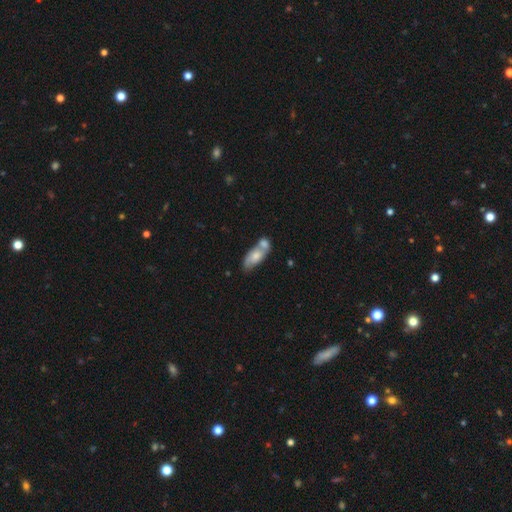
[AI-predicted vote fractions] smooth_or_featured: smooth (p=0.59) [alt: featured or disk p=0.34]
how_rounded: in between (p=0.81) [alt: cigar-shaped p=0.15]
merging: merger (p=0.57) [alt: none p=0.26]